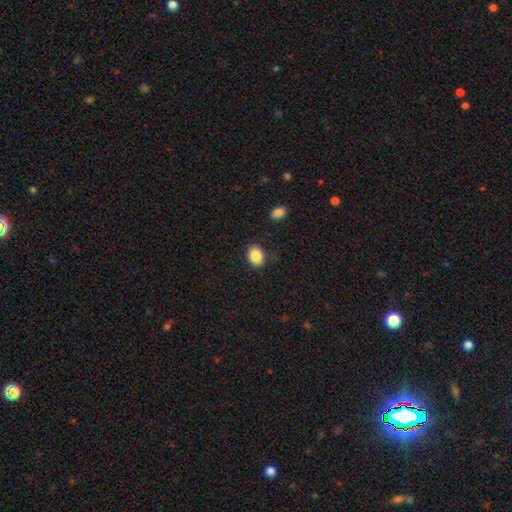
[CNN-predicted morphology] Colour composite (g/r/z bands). It shows a smooth galaxy with no disk features (86%) that is in between round and cigar-shaped (64%). Merging: none (84%).